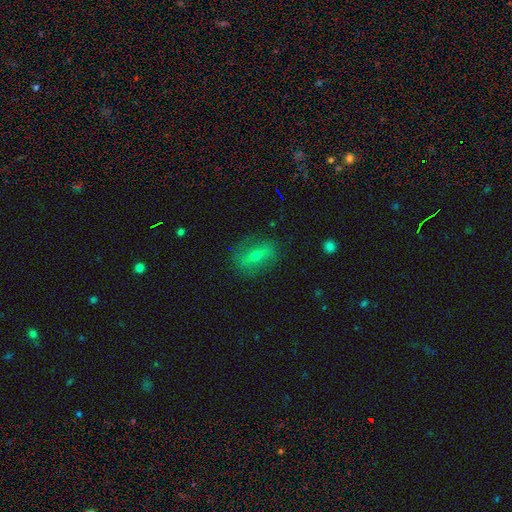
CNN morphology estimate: smooth-or-featured: featured or disk: 47% | smooth: 40% | star or artifact: 13%
  merging: none: 77% | minor disturbance: 15% | major disturbance: 6% | merger: 1%